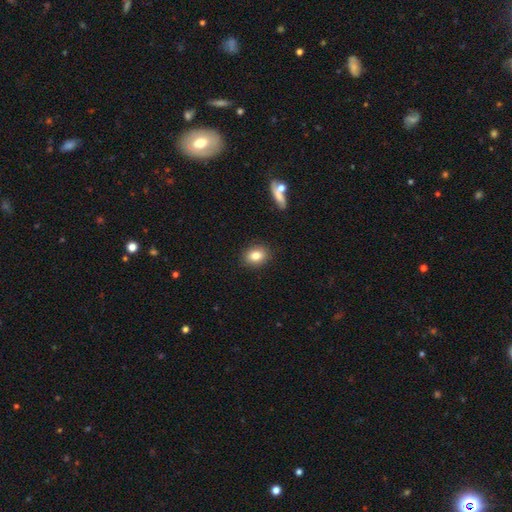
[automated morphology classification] smooth_or_featured: smooth (p=0.82) [alt: star or artifact p=0.10]
how_rounded: in between (p=0.51) [alt: round p=0.48]
merging: none (p=0.88) [alt: minor disturbance p=0.08]